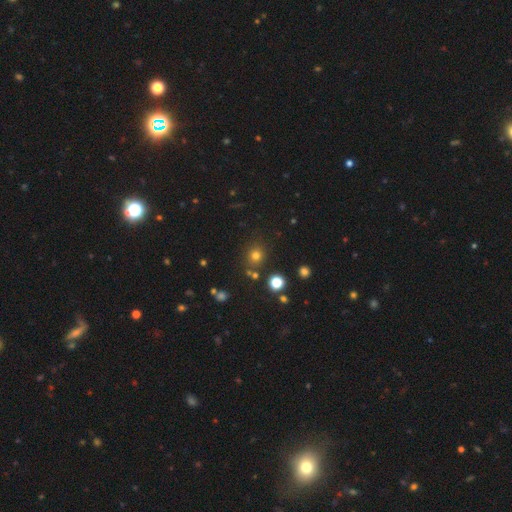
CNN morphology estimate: Smooth or featured?
  - smooth: 74% *
  - star or artifact: 19%
  - featured or disk: 7%
How rounded?
  - round: 87% *
  - in between: 12%
  - cigar-shaped: 1%
Merging?
  - none: 81% *
  - minor disturbance: 9%
  - merger: 7%
  - major disturbance: 3%